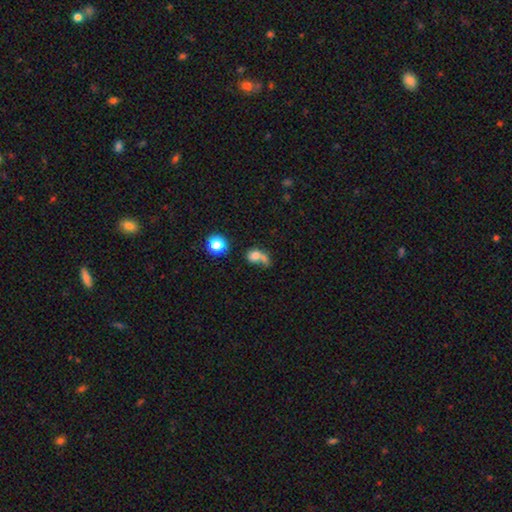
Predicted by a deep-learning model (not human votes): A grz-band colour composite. It shows a smooth galaxy with no disk features (70%) that is round (50%). Merging: merger (50%).